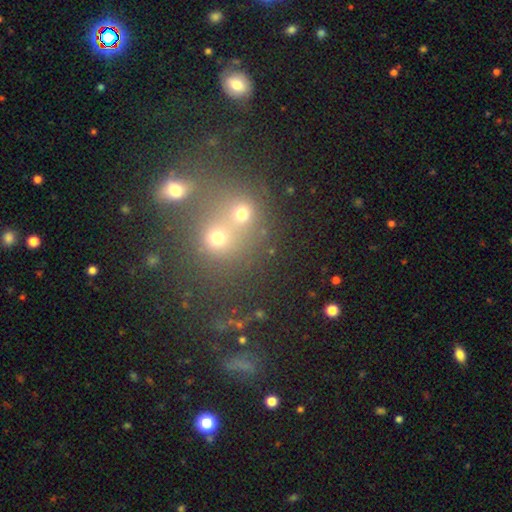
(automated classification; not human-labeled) Smooth or featured?
  - smooth: 45% *
  - star or artifact: 40%
  - featured or disk: 15%
Merging?
  - none: 49% *
  - merger: 38%
  - minor disturbance: 8%
  - major disturbance: 5%